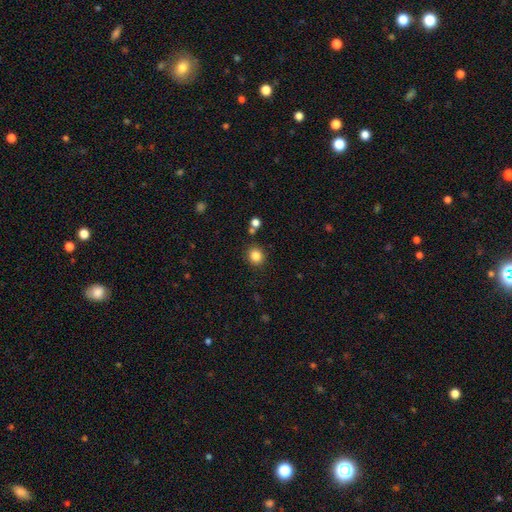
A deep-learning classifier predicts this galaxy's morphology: Smooth or featured: smooth — 84% (star or artifact — 11%)
How rounded: round — 84% (in between — 15%)
Merging: none — 86% (minor disturbance — 8%)